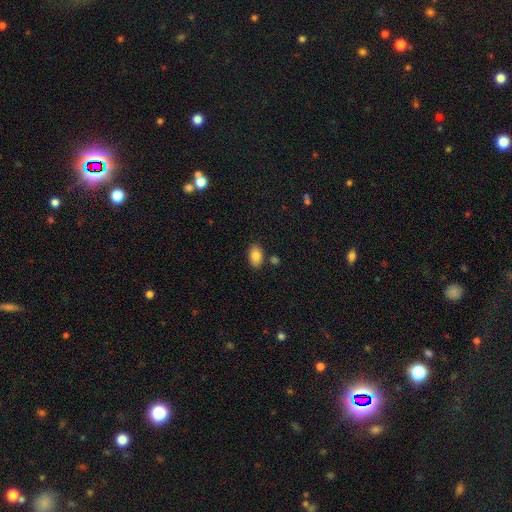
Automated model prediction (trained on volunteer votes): This is clearly a smooth galaxy (84%). How rounded: clearly in between (88%). Merging: clearly none (82%).